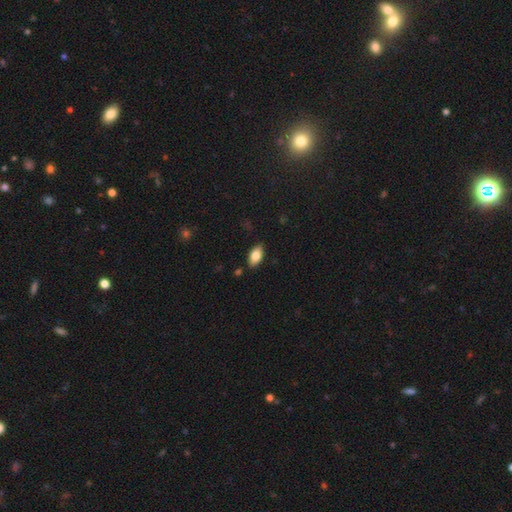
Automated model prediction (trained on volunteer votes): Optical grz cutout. It shows a smooth galaxy with no disk features (81%) that is in between round and cigar-shaped (92%). Merging: none (86%).